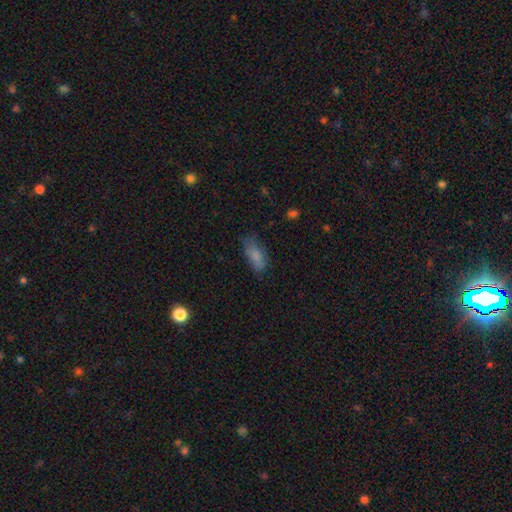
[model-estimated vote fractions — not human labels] Q: Smooth or featured?
A: smooth (80%); runner-up: featured or disk (11%)
Q: How rounded?
A: in between (80%); runner-up: cigar-shaped (17%)
Q: Merging?
A: none (61%); runner-up: minor disturbance (27%)